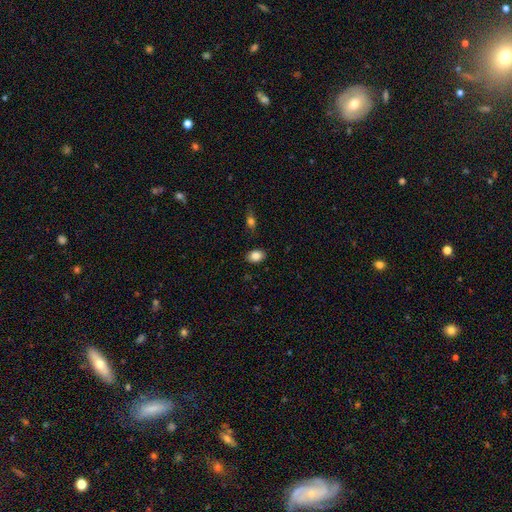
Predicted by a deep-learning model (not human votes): This appears to be a smooth galaxy with no disk features (85%) that is in between round and cigar-shaped (78%). Merging: none (87%).